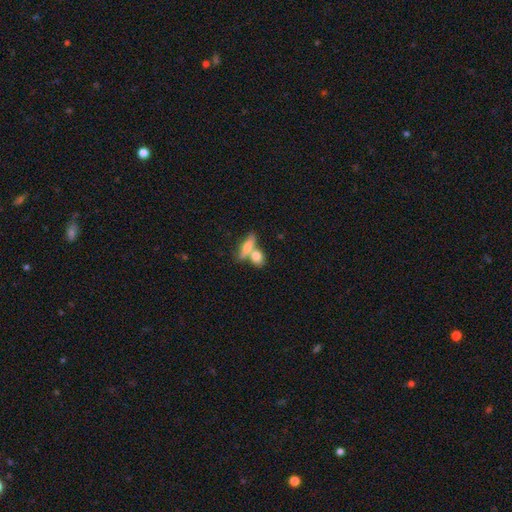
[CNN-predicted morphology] type=smooth (75%); roundness=in between (55%); merging=merger (48%).